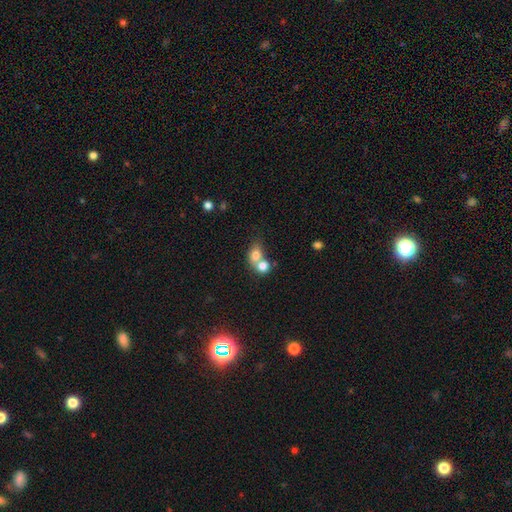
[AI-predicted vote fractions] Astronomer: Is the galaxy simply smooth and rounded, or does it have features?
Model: smooth — 76%.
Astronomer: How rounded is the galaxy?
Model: round — 56% (runner-up: in between, 43%).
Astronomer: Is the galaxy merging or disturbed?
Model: merger — 64%.